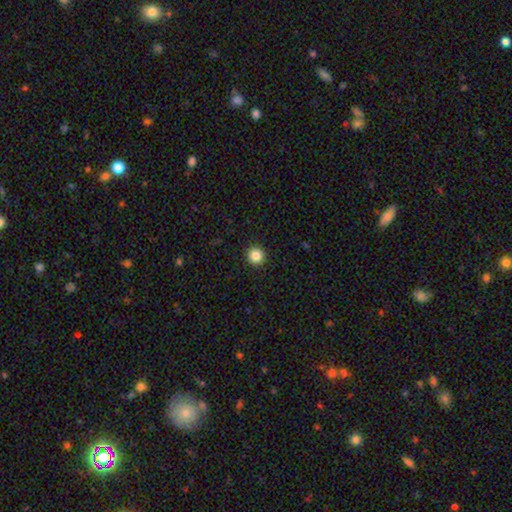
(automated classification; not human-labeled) This appears to be a smooth galaxy with no disk features (85%) that is round (95%). Merging: none (94%).